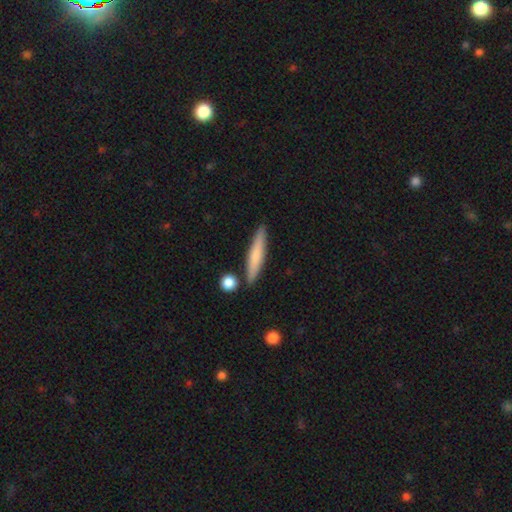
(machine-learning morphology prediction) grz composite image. It shows a smooth galaxy with no disk features (67%) that is cigar-shaped (92%). Merging: none (84%).